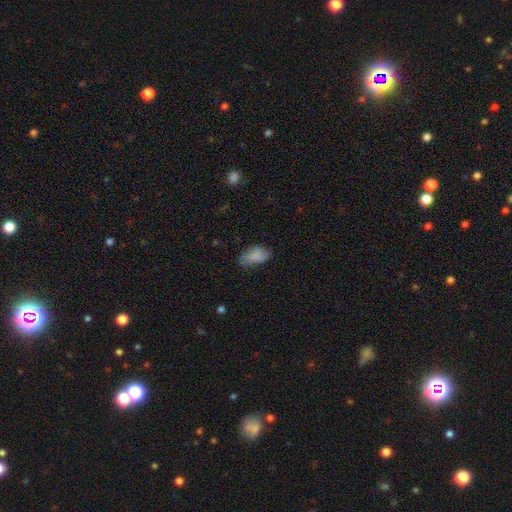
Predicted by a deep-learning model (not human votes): Q: Smooth or featured?
A: smooth (79%); runner-up: featured or disk (12%)
Q: How rounded?
A: in between (93%); runner-up: round (5%)
Q: Merging?
A: none (59%); runner-up: minor disturbance (30%)